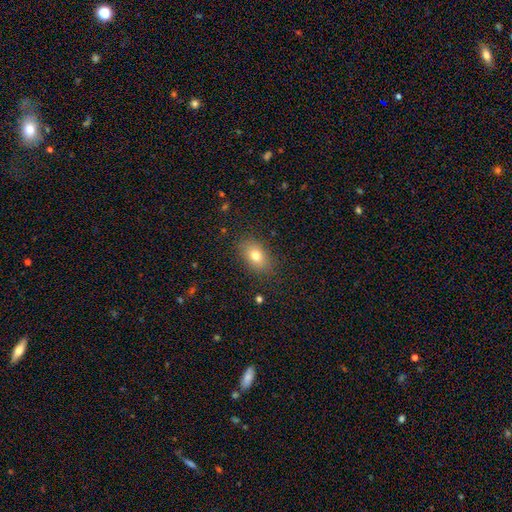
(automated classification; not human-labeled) Smooth or featured? smooth (77%)
How rounded? in between (83%)
Merging? none (85%)